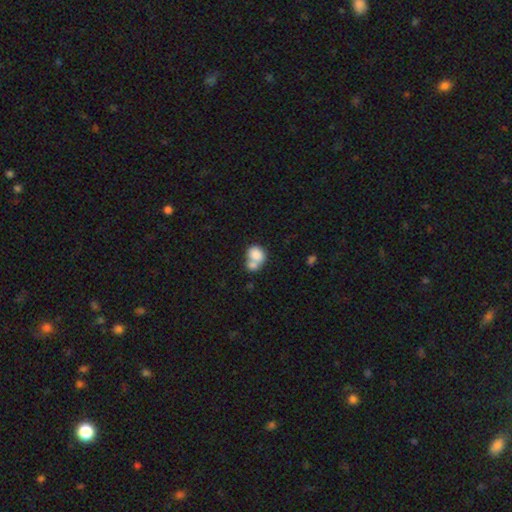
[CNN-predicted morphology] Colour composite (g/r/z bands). It shows a smooth galaxy with no disk features (80%) that is in between round and cigar-shaped (50%). Merging: merger (64%).